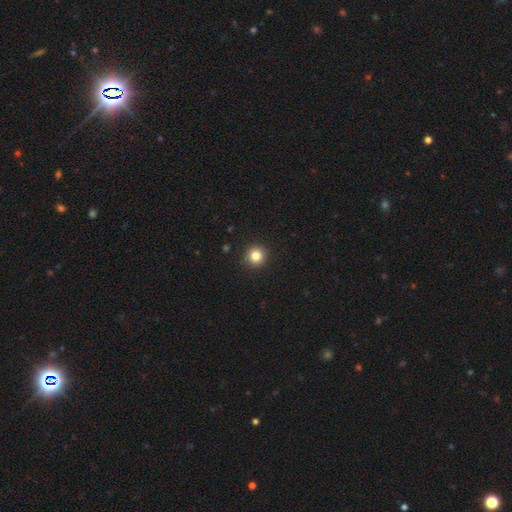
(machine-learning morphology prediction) Overall: smooth (83%). How rounded: round (95%). Merging: none (93%).